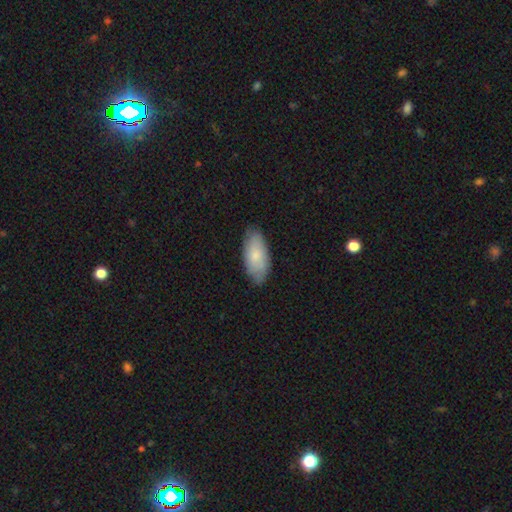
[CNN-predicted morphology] A smooth galaxy with no disk features (76%) that is in between round and cigar-shaped (91%).

Vote fractions:
- Smooth or featured? smooth: 76% / featured or disk: 18% / star or artifact: 6%
- How rounded? in between: 91% / cigar-shaped: 7% / round: 2%
- Merging? none: 80% / minor disturbance: 16% / major disturbance: 3% / merger: 1%